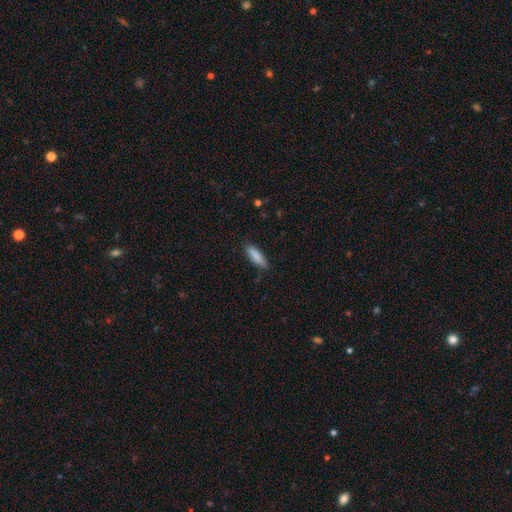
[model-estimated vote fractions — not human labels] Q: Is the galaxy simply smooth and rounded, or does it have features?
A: smooth — 87%.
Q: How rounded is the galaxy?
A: cigar-shaped — 57%.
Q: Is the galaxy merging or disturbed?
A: none — 78%.